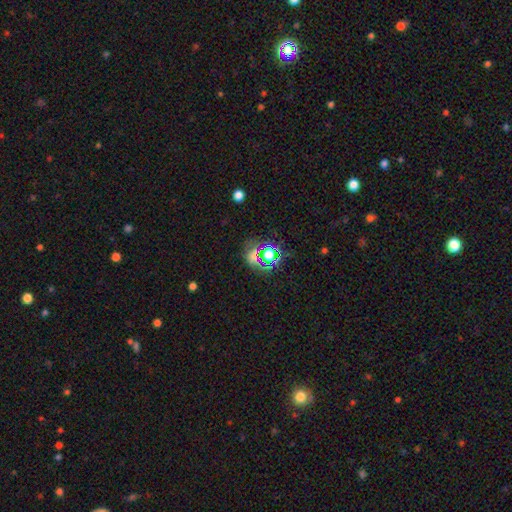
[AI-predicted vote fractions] smooth-or-featured: star or artifact: 53% | smooth: 37% | featured or disk: 10%